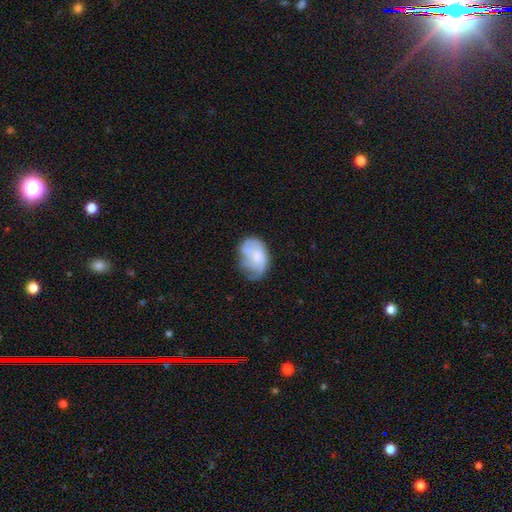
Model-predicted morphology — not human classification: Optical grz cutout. It shows a smooth galaxy with no disk features (50%). Merging: none (39%).